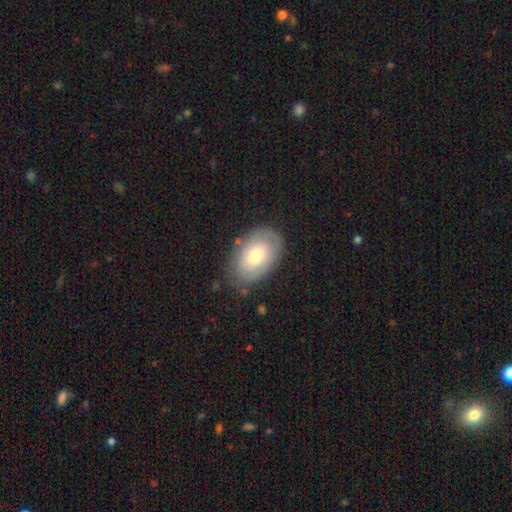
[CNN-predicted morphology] type=smooth (60%); roundness=in between (90%); merging=none (75%).